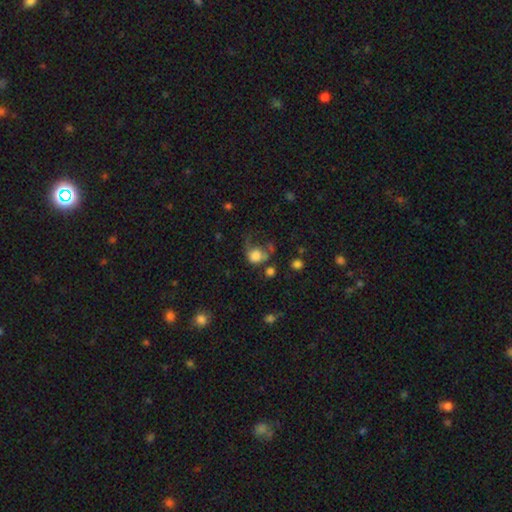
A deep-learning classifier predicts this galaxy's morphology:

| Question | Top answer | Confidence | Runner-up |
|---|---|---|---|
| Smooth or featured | smooth | 73% | featured or disk (16%) |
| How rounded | round | 69% | in between (30%) |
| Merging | major disturbance | 40% | none (27%) |